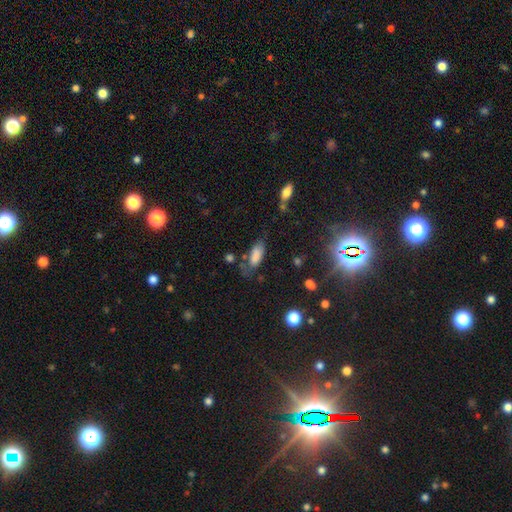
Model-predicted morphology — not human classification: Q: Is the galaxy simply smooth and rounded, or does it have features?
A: smooth — 79%.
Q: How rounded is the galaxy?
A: in between — 81%.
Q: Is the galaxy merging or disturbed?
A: none — 53%.